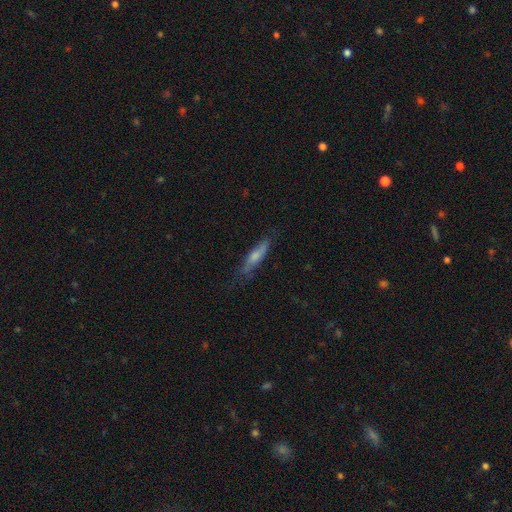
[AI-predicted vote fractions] Smooth or featured? smooth (59%)
How rounded? cigar-shaped (76%)
Merging? none (70%)